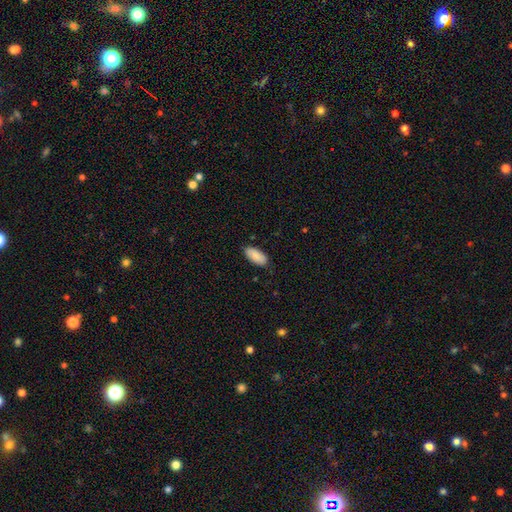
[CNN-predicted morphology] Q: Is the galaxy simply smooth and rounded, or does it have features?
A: smooth — 89%.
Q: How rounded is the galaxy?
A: in between — 92%.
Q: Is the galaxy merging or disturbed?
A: none — 85%.